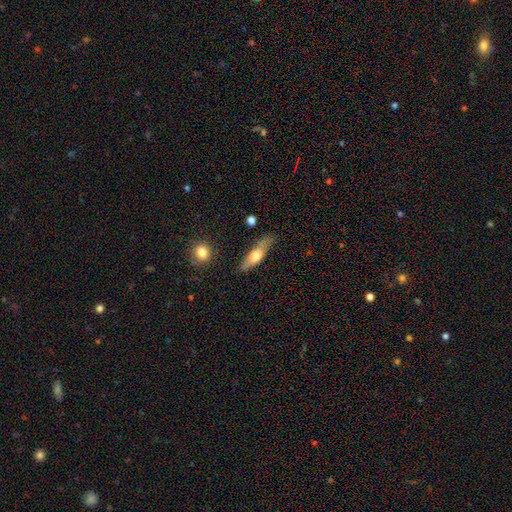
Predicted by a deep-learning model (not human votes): smooth-or-featured: smooth: 54% | featured or disk: 41% | star or artifact: 6%
  how-rounded: cigar-shaped: 65% | in between: 32% | round: 3%
  merging: none: 72% | minor disturbance: 19% | major disturbance: 5% | merger: 3%